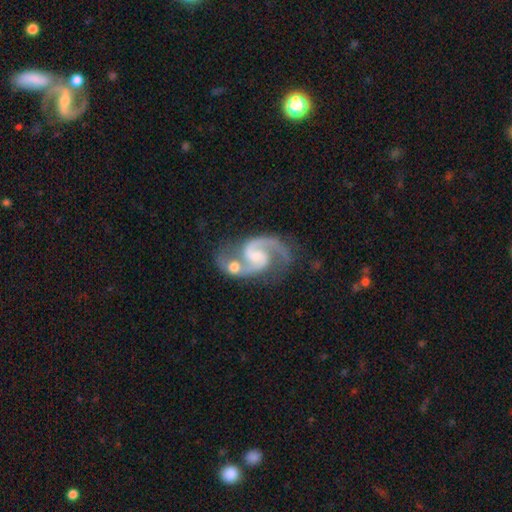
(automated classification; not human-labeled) Overall: featured or disk (92%). Edge-on disk: no (98%). Bar: weak (45%; no 42%). Spiral arms: yes (98%). Spiral arm count: 2 (93%). Spiral winding: medium (60%; loose 30%). Bulge size: small (32%; moderate 31%). Merging: merger (43%; none 35%).